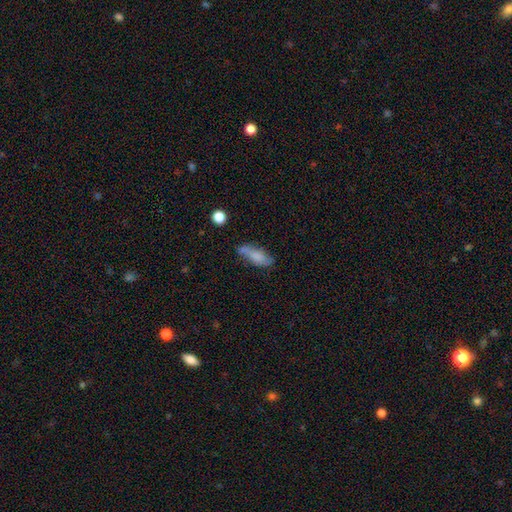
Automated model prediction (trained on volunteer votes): Smooth or featured?
  - smooth: 68% *
  - featured or disk: 23%
  - star or artifact: 9%
How rounded?
  - in between: 62% *
  - cigar-shaped: 35%
  - round: 3%
Merging?
  - none: 51% *
  - minor disturbance: 28%
  - major disturbance: 10%
  - merger: 10%